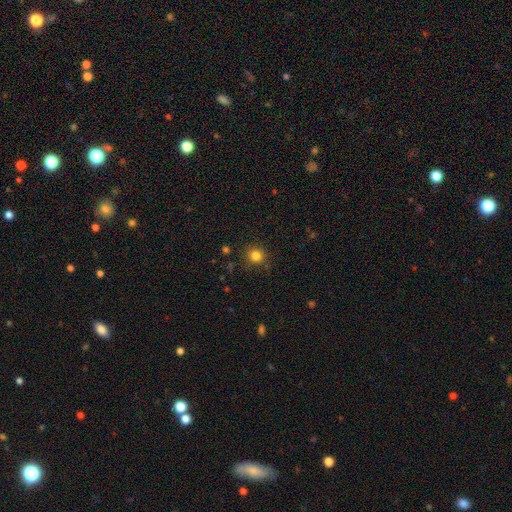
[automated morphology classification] This is clearly a smooth galaxy (82%). How rounded: clearly round (89%). Merging: clearly none (88%).